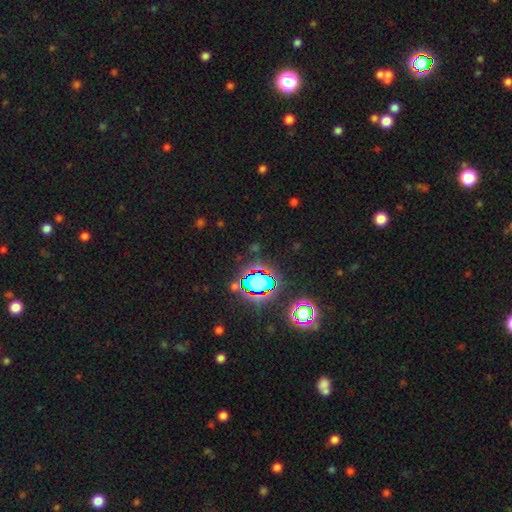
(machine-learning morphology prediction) Q: Smooth or featured?
A: star or artifact (79%); runner-up: smooth (13%)